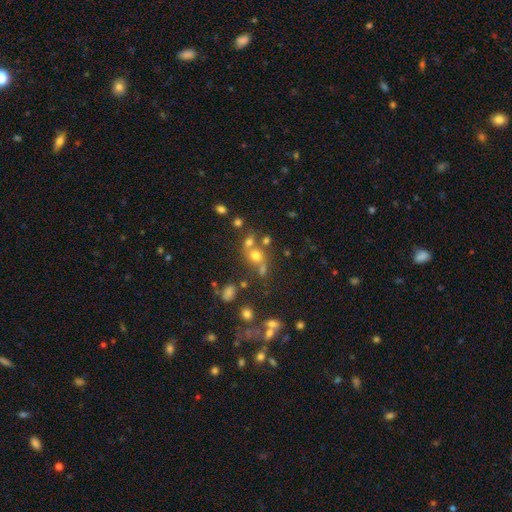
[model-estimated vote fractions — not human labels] The model was most divided on "merging": none: 48%, merger: 34%, minor disturbance: 12%, major disturbance: 6%. More confident: how rounded — round (73%); smooth or featured — smooth (62%).